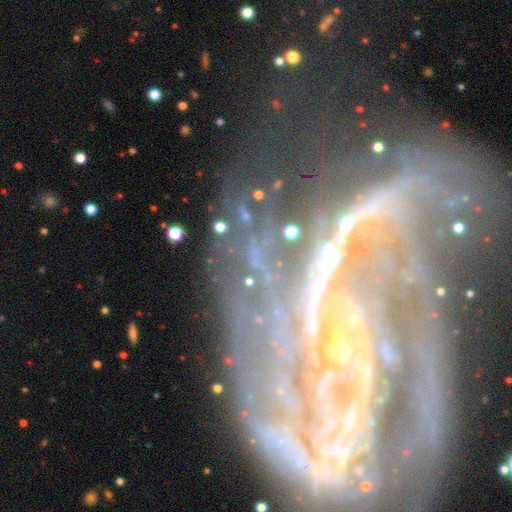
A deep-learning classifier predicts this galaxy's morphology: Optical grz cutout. It shows a featured or disk galaxy (54%). Merging: none (46%).